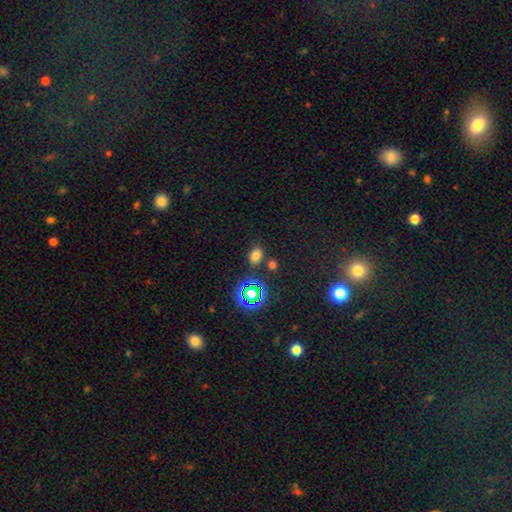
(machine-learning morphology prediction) Smooth or featured? smooth (68%)
How rounded? in between (72%)
Merging? none (78%)